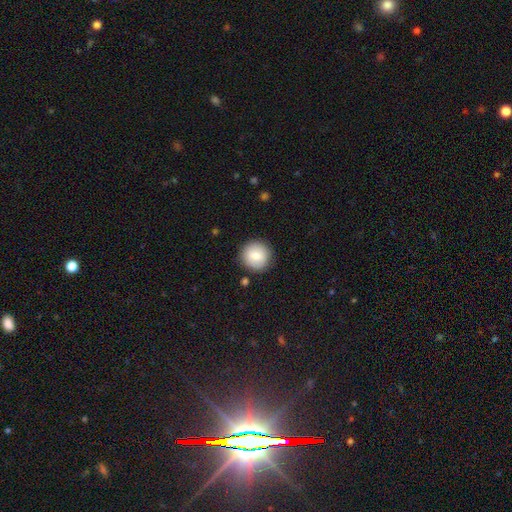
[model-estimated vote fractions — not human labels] This is likely a smooth galaxy (79%). How rounded: clearly round (95%). Merging: clearly none (89%).